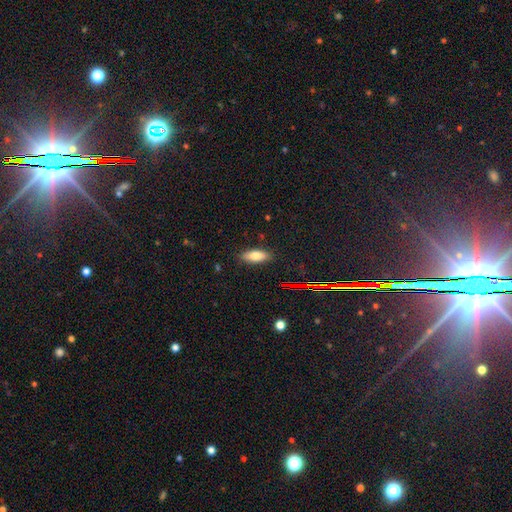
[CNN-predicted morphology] smooth_or_featured: smooth (p=0.79) [alt: featured or disk p=0.12]
how_rounded: in between (p=0.76) [alt: cigar-shaped p=0.22]
merging: none (p=0.87) [alt: minor disturbance p=0.10]